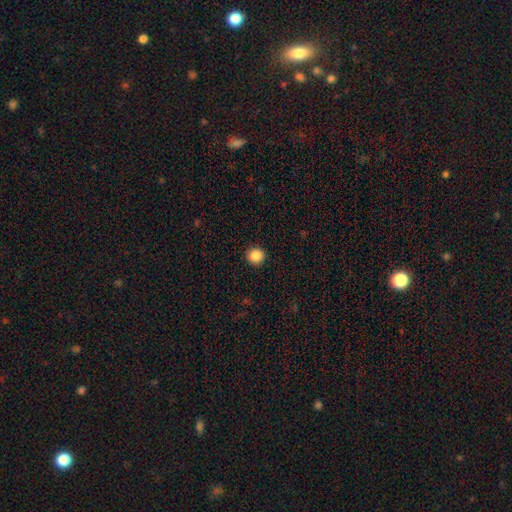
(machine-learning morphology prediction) A smooth galaxy with no disk features (87%) that is round (93%). Merging: none (93%).